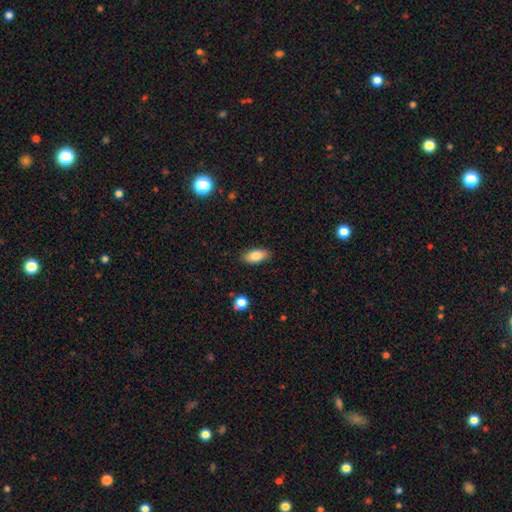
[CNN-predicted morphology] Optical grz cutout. It shows a smooth galaxy with no disk features (83%) that is in between round and cigar-shaped (88%). Merging: none (86%).